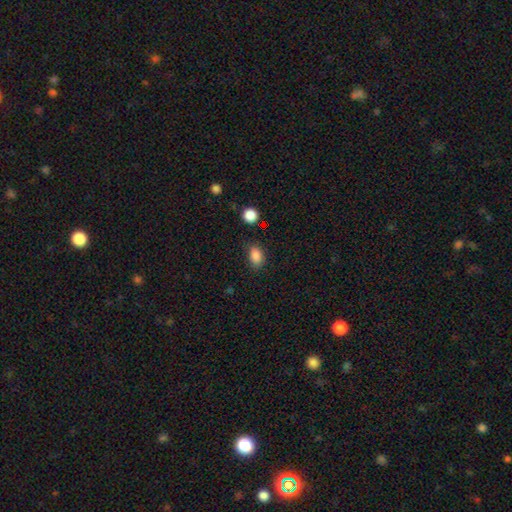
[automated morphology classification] A smooth galaxy with no disk features (86%) that is in between round and cigar-shaped (82%).

Vote fractions:
- Smooth or featured? smooth: 86% / star or artifact: 10% / featured or disk: 4%
- How rounded? in between: 82% / round: 17% / cigar-shaped: 2%
- Merging? none: 79% / minor disturbance: 15% / major disturbance: 4% / merger: 2%